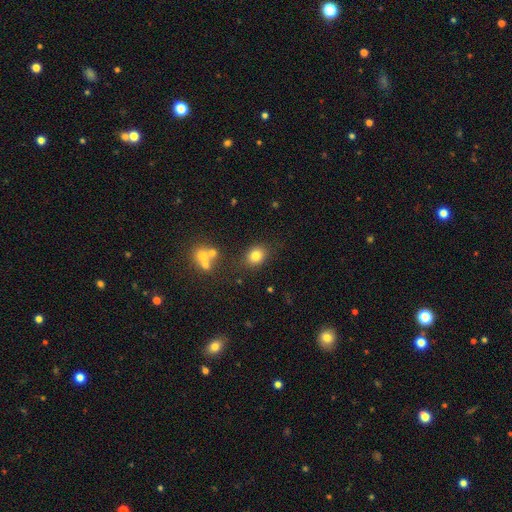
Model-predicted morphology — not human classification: This appears to be a smooth galaxy with no disk features (80%) that is in between round and cigar-shaped (49%, tied with round). Merging: none (81%).